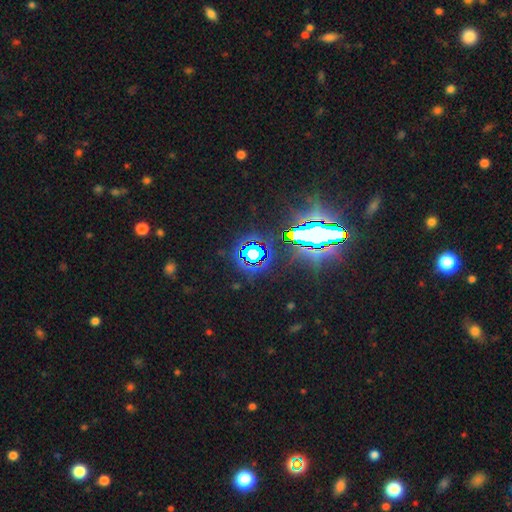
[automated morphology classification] Smooth or featured? Predicted: star or artifact (p=0.84).